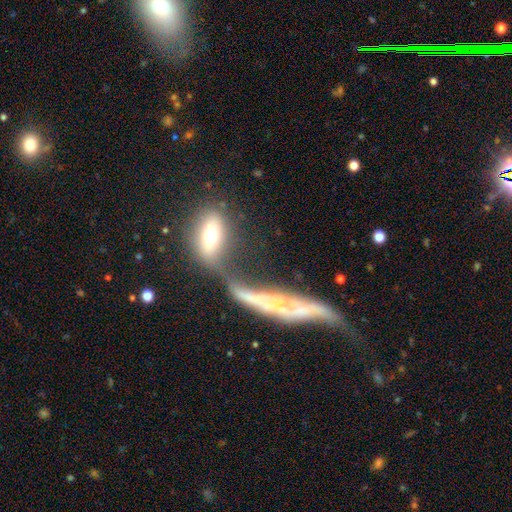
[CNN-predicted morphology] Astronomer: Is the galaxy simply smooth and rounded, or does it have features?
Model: featured or disk — 58%.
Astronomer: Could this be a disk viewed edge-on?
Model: no — 55% (runner-up: yes, 45%).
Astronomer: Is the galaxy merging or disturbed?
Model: merger — 45% (runner-up: none, 26%).